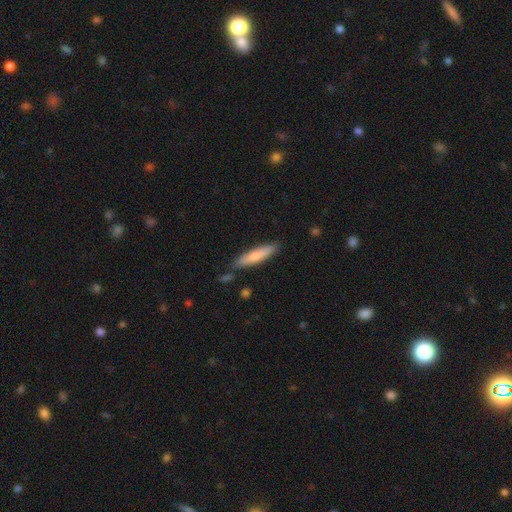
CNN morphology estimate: Q: Smooth or featured?
A: smooth (73%); runner-up: featured or disk (21%)
Q: How rounded?
A: cigar-shaped (82%); runner-up: in between (16%)
Q: Merging?
A: none (81%); runner-up: minor disturbance (13%)